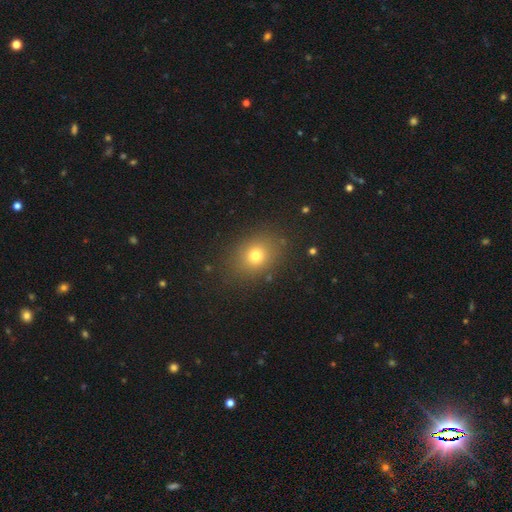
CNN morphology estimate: Smooth or featured?
  - smooth: 74% *
  - star or artifact: 16%
  - featured or disk: 10%
How rounded?
  - in between: 51% *
  - round: 48%
  - cigar-shaped: 1%
Merging?
  - none: 85% *
  - minor disturbance: 10%
  - major disturbance: 4%
  - merger: 2%